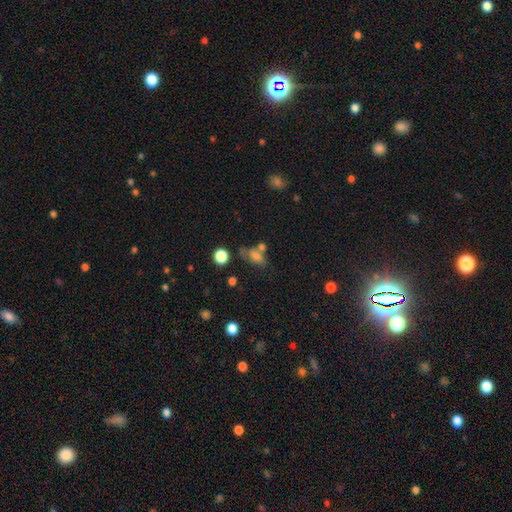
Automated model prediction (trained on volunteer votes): Smooth or featured? smooth (68%)
How rounded? in between (77%)
Merging? none (41%)